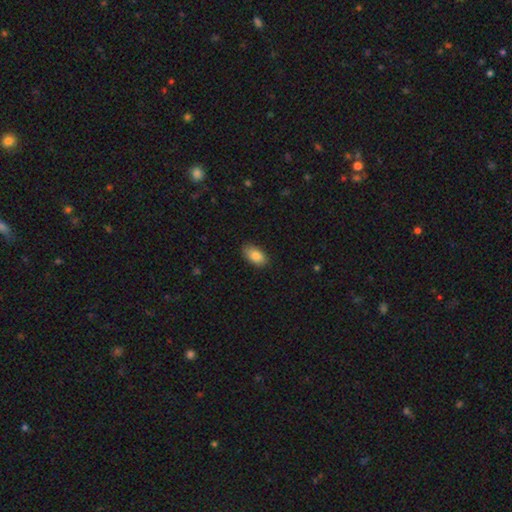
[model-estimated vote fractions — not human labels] Smooth or featured? smooth (85%)
How rounded? in between (93%)
Merging? none (85%)